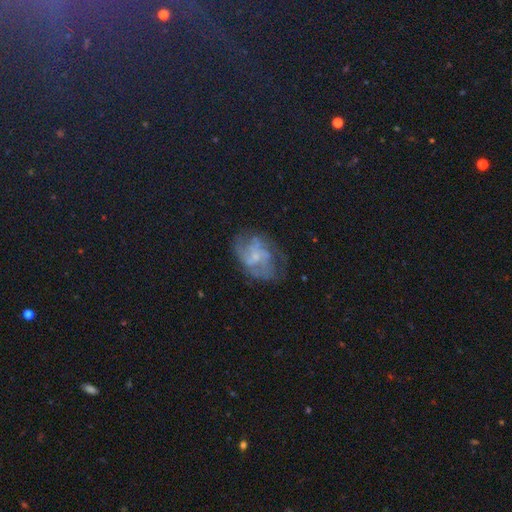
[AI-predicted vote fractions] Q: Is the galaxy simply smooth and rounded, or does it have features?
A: featured or disk — 73%.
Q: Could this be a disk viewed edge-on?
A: no — 98%.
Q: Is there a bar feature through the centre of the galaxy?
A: no — 60%.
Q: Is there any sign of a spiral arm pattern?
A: yes — 79%.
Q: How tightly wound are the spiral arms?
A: medium — 44%.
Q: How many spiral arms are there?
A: can't tell — 39%.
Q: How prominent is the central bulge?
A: small — 59%.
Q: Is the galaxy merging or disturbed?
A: none — 58%.